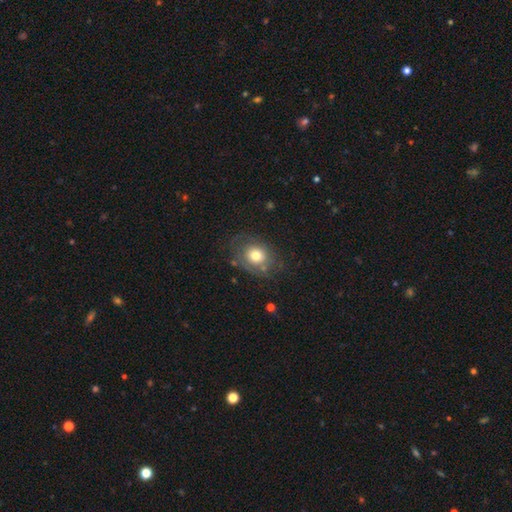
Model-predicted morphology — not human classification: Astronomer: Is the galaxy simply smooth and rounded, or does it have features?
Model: smooth — 61%.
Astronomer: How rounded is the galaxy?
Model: round — 53% (runner-up: in between, 46%).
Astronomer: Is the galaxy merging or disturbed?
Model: none — 65%.